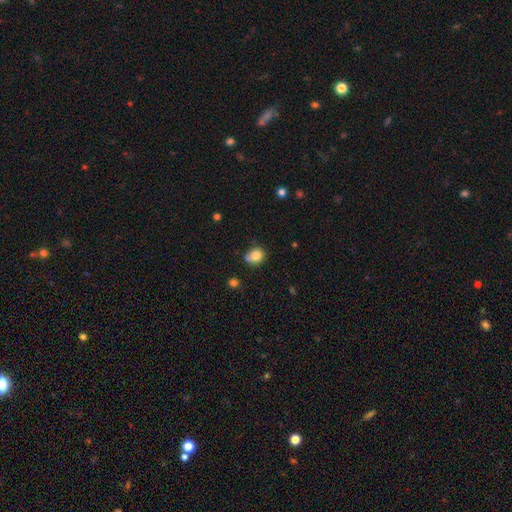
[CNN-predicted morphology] smooth 80%, star or artifact 11%, featured or disk 9%. Down the decision tree: how rounded — round (72%); merging — none (62%).